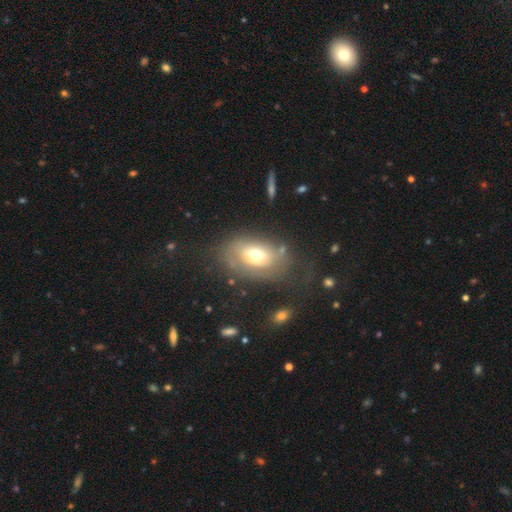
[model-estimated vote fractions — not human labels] The model was most divided on "smooth or featured": smooth: 51%, featured or disk: 40%, star or artifact: 9%. More confident: how rounded — in between (82%); merging — none (53%).